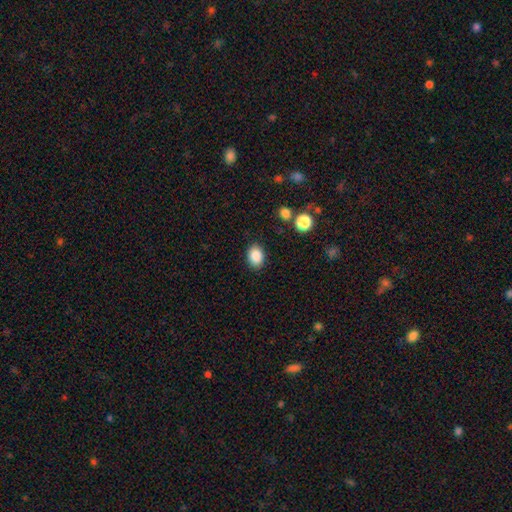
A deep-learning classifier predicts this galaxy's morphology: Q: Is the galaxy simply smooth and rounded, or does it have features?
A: smooth — 87%.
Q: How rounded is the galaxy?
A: in between — 73%.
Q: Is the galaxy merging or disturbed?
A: none — 86%.